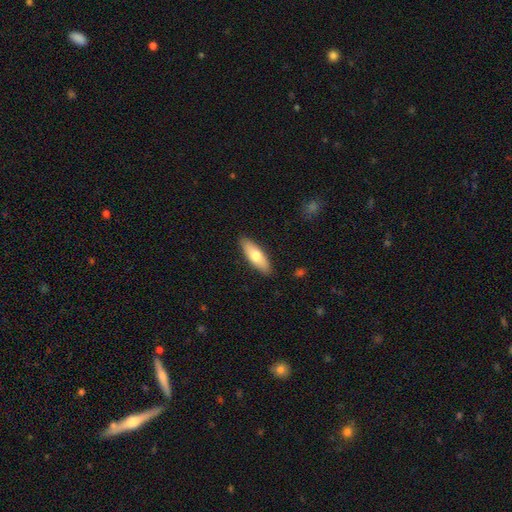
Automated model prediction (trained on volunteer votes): smooth-or-featured: smooth: 68% | featured or disk: 27% | star or artifact: 5%
  how-rounded: in between: 62% | cigar-shaped: 36% | round: 2%
  merging: none: 88% | minor disturbance: 9% | major disturbance: 2% | merger: 1%